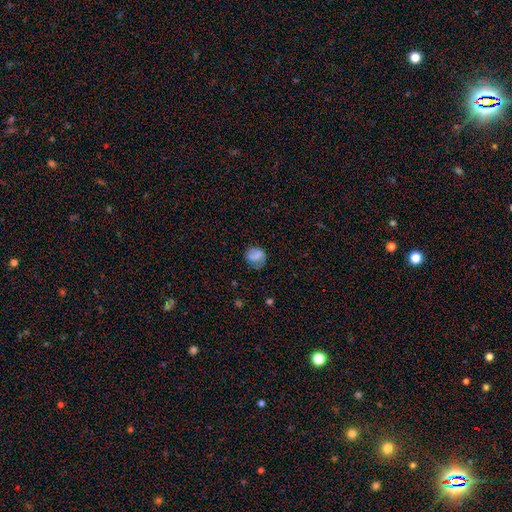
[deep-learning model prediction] smooth-or-featured: smooth: 62% | featured or disk: 28% | star or artifact: 10%
  how-rounded: round: 77% | in between: 22% | cigar-shaped: 1%
  merging: none: 68% | minor disturbance: 21% | major disturbance: 9% | merger: 2%